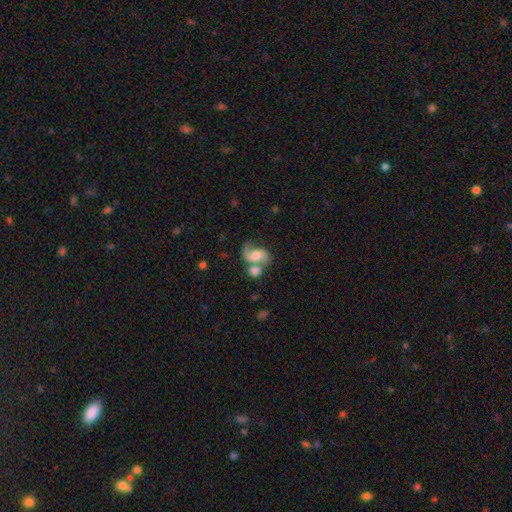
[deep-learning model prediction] Smooth or featured? Predicted: featured or disk (p=0.78). Edge-on disk? Predicted: no (p=0.98). Bar? Predicted: no (p=0.56). Spiral arms? Predicted: yes (p=0.94). Spiral winding? Predicted: medium (p=0.47). Spiral arm count? Predicted: 2 (p=0.84). Bulge size? Predicted: moderate (p=0.58). Merging? Predicted: none (p=0.39).